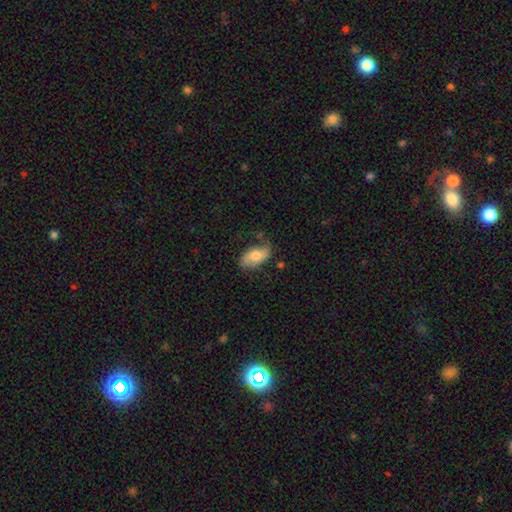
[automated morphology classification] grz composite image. It shows a smooth galaxy with no disk features (64%) that is in between round and cigar-shaped (92%). Merging: none (64%).